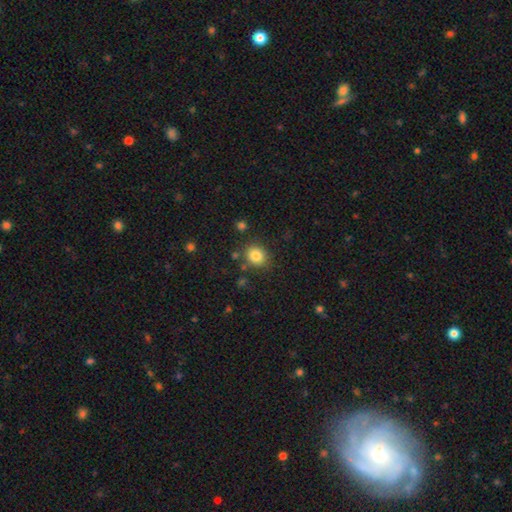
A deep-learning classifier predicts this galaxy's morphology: A smooth galaxy with no disk features (83%) that is round (63%). Merging: none (81%).